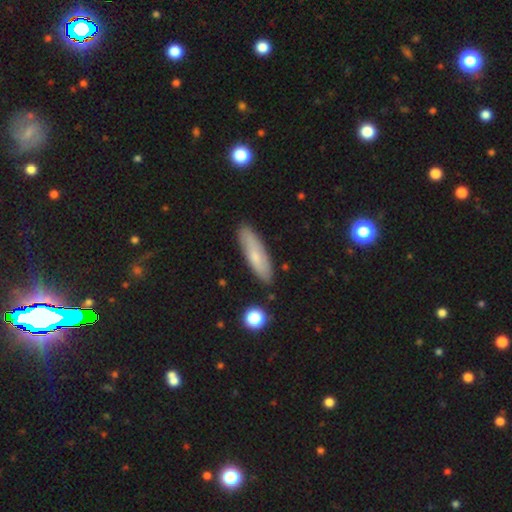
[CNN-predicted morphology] smooth_or_featured: smooth (p=0.69) [alt: featured or disk p=0.25]
how_rounded: cigar-shaped (p=0.67) [alt: in between p=0.31]
merging: none (p=0.86) [alt: minor disturbance p=0.11]